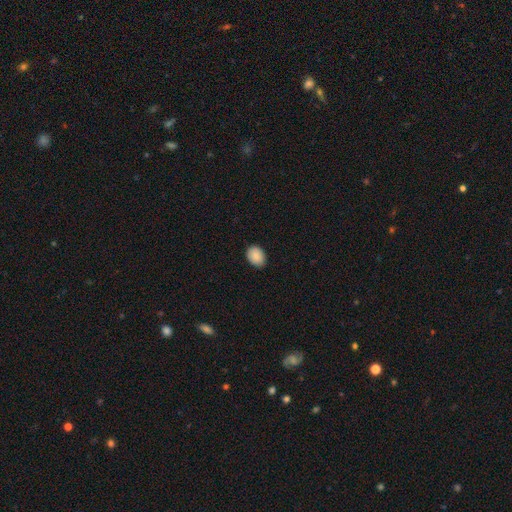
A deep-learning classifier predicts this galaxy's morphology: This appears to be a smooth galaxy with no disk features (89%) that is in between round and cigar-shaped (70%). Merging: none (87%).